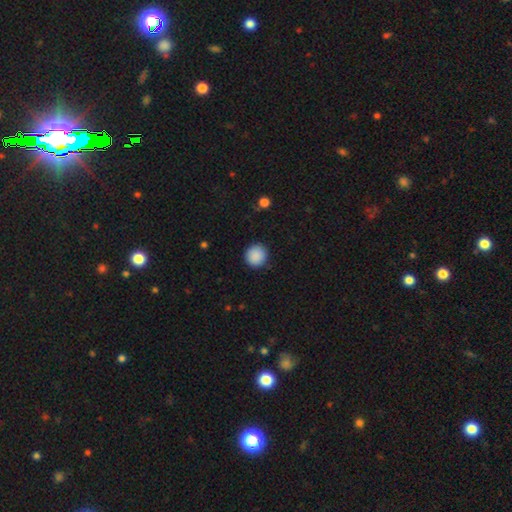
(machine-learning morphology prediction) type=smooth (90%); roundness=round (92%); merging=none (90%).